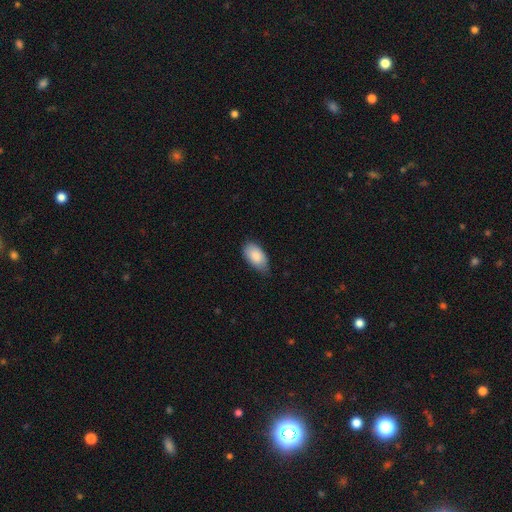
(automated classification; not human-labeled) This is clearly a smooth galaxy (86%). How rounded: clearly in between (94%). Merging: likely none (63%).